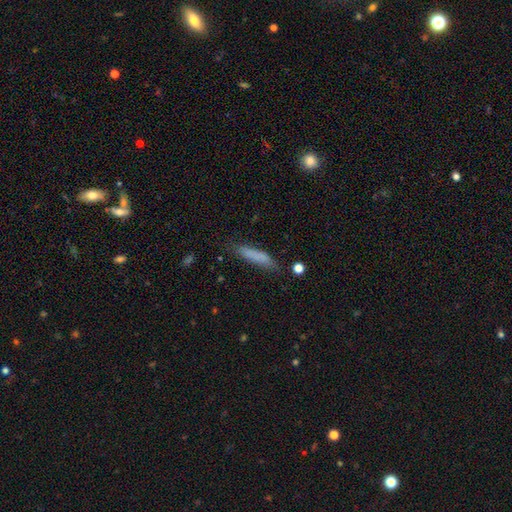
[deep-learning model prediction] smooth 79%, featured or disk 13%, star or artifact 8%. Down the decision tree: how rounded — cigar-shaped (85%); merging — none (75%).